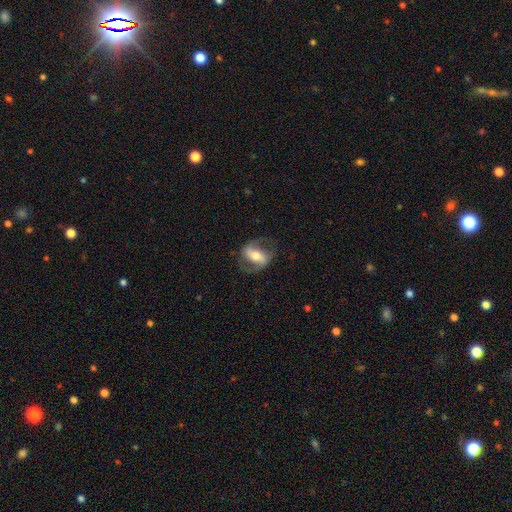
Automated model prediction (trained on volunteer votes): Q: Smooth or featured?
A: featured or disk (77%); runner-up: smooth (17%)
Q: Edge-on disk?
A: no (96%); runner-up: yes (4%)
Q: Bar?
A: strong (47%); runner-up: weak (33%)
Q: Spiral arms?
A: yes (90%); runner-up: no (10%)
Q: Spiral winding?
A: medium (49%); runner-up: loose (33%)
Q: Spiral arm count?
A: 2 (90%); runner-up: can't tell (4%)
Q: Bulge size?
A: moderate (63%); runner-up: small (25%)
Q: Merging?
A: none (75%); runner-up: minor disturbance (15%)